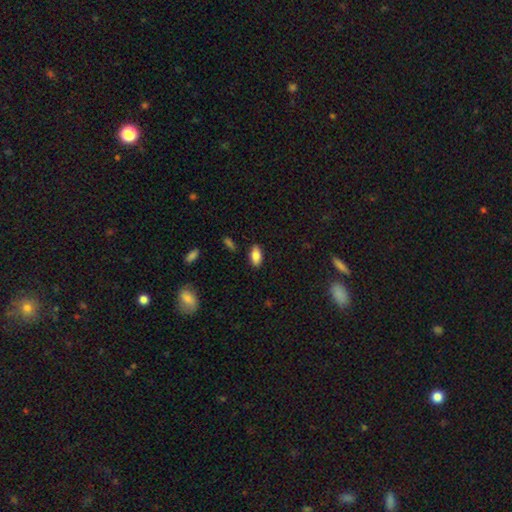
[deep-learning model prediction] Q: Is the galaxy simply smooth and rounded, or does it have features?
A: smooth — 83%.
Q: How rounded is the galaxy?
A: in between — 90%.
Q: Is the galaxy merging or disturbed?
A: none — 86%.